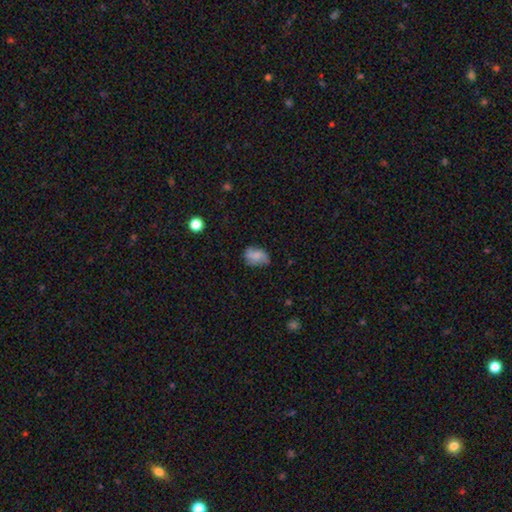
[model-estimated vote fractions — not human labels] smooth_or_featured: smooth (p=0.69) [alt: featured or disk p=0.22]
how_rounded: in between (p=0.79) [alt: round p=0.19]
merging: none (p=0.55) [alt: minor disturbance p=0.31]